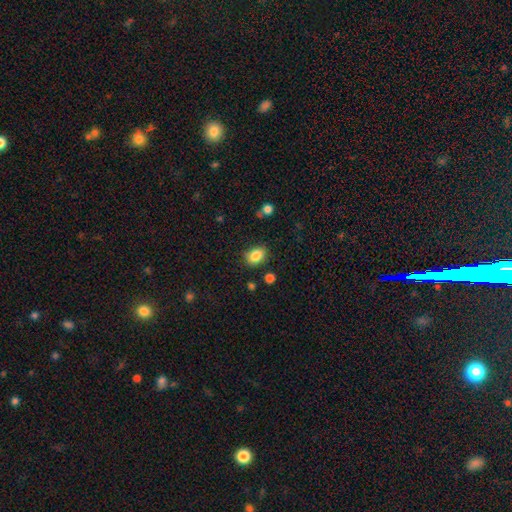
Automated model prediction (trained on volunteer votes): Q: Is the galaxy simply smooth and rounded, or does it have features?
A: smooth — 86%.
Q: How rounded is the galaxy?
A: in between — 72%.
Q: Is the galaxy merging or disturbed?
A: none — 80%.